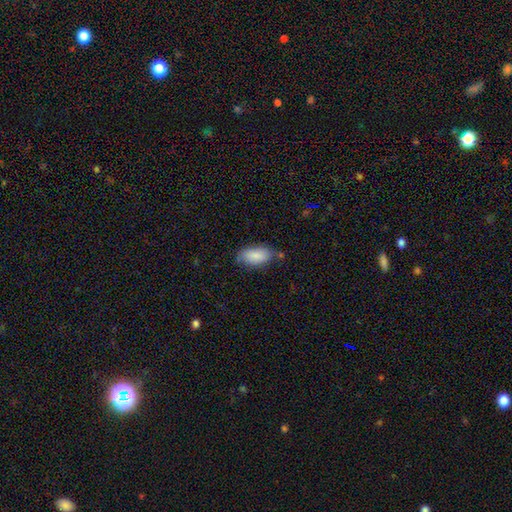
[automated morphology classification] smooth 87%, featured or disk 7%, star or artifact 6%. Down the decision tree: how rounded — in between (93%); merging — none (68%).